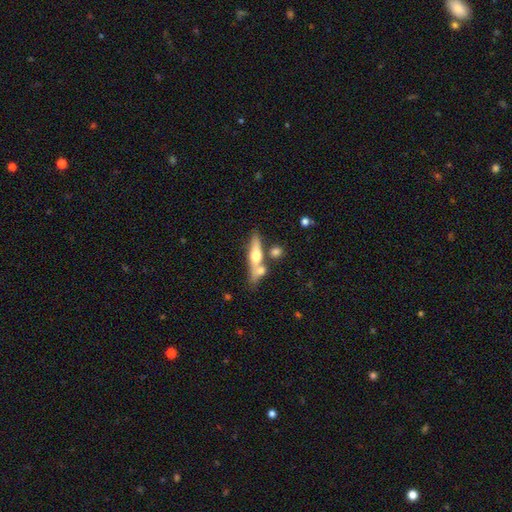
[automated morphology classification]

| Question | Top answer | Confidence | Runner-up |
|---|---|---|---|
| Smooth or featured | featured or disk | 48% | smooth (46%) |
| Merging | none | 54% | merger (29%) |